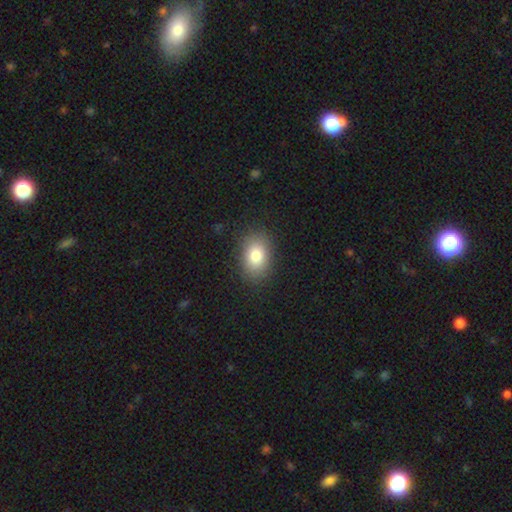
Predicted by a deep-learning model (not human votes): Morphology: type=smooth (82%); roundness=in between (80%); merging=none (86%).